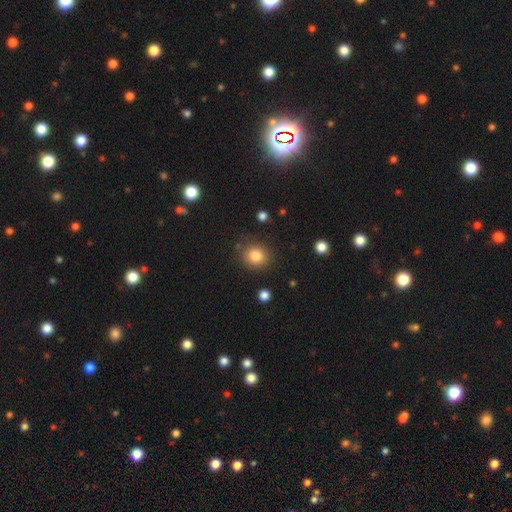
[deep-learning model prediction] smooth 84%, star or artifact 10%, featured or disk 6%. Down the decision tree: how rounded — round (81%); merging — none (84%).